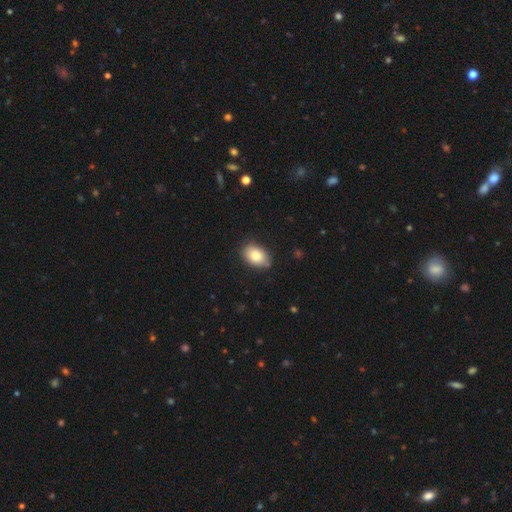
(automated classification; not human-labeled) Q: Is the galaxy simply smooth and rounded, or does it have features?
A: smooth — 83%.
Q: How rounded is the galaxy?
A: in between — 84%.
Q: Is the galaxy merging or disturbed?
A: none — 84%.